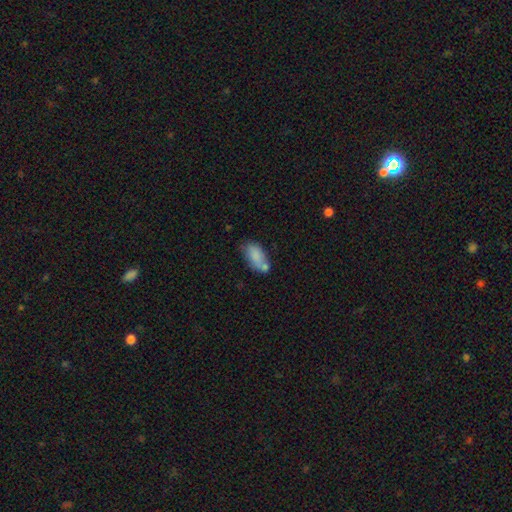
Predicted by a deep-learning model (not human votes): Overall: smooth (78%). How rounded: in between (90%). Merging: none (47%; merger 23%).